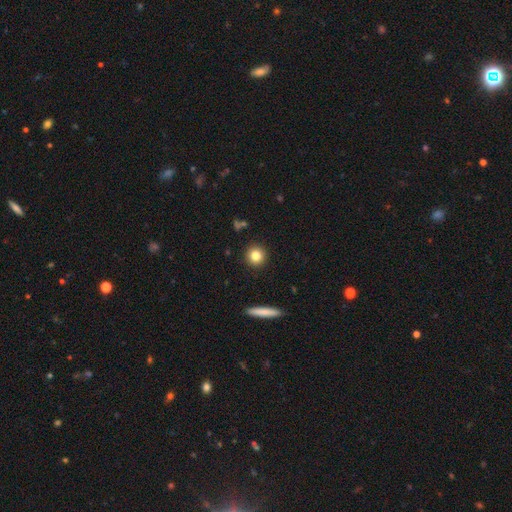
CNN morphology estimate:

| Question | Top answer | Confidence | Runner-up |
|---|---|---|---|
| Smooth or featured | smooth | 81% | star or artifact (10%) |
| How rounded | round | 93% | in between (6%) |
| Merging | none | 92% | minor disturbance (5%) |